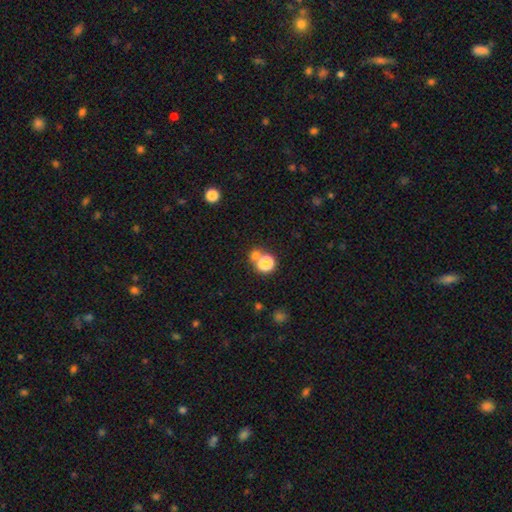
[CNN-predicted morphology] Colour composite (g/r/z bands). It shows a smooth galaxy with no disk features (72%) that is round (80%). Merging: none (51%).